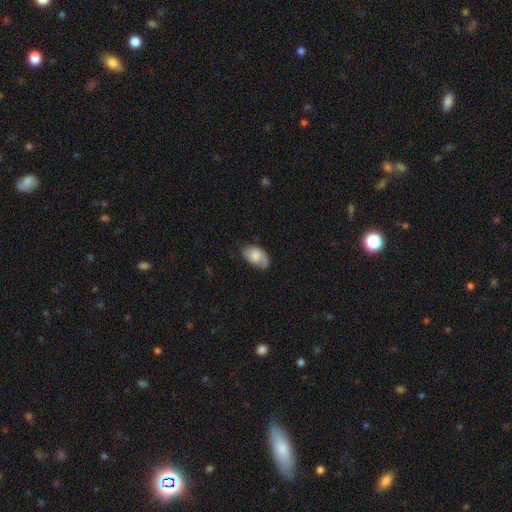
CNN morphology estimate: smooth-or-featured: smooth: 68% | featured or disk: 25% | star or artifact: 7%
  how-rounded: in between: 92% | round: 6% | cigar-shaped: 2%
  merging: none: 62% | minor disturbance: 28% | major disturbance: 8% | merger: 2%